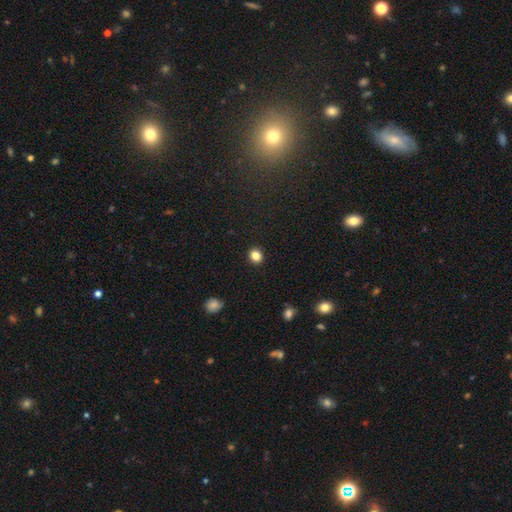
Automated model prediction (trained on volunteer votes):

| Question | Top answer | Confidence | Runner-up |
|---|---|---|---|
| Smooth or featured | smooth | 84% | star or artifact (11%) |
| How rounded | round | 80% | in between (19%) |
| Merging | none | 92% | minor disturbance (6%) |